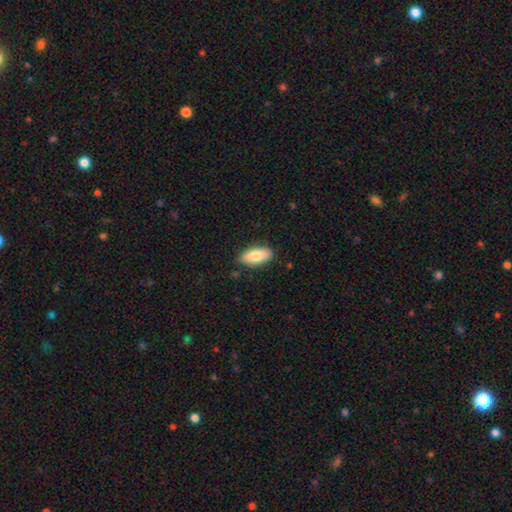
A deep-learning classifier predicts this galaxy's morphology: smooth-or-featured: smooth: 81% | featured or disk: 13% | star or artifact: 6%
  how-rounded: in between: 87% | cigar-shaped: 10% | round: 3%
  merging: none: 85% | minor disturbance: 12% | major disturbance: 2% | merger: 1%